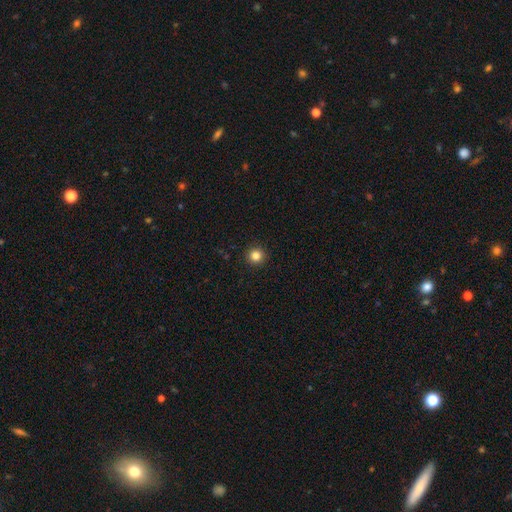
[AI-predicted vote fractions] Q: Smooth or featured?
A: smooth (83%); runner-up: star or artifact (12%)
Q: How rounded?
A: round (96%); runner-up: in between (3%)
Q: Merging?
A: none (94%); runner-up: minor disturbance (4%)